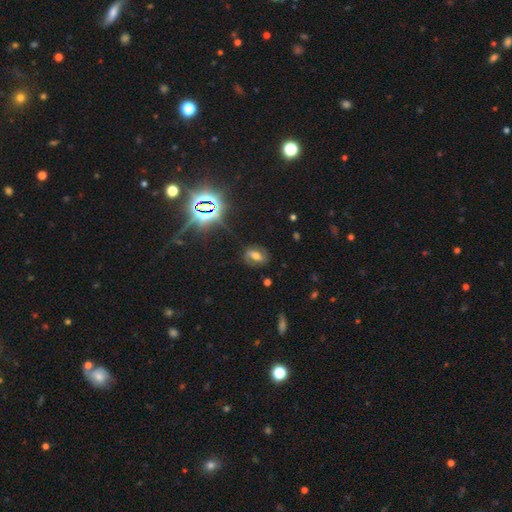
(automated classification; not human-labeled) This is possibly a featured or disk galaxy (49%). Merging: likely none (77%).